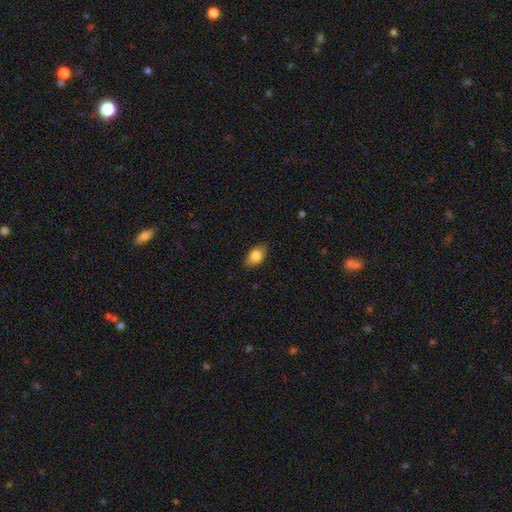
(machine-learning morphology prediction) Smooth or featured?
  - smooth: 82% *
  - featured or disk: 10%
  - star or artifact: 7%
How rounded?
  - in between: 90% *
  - round: 8%
  - cigar-shaped: 2%
Merging?
  - none: 86% *
  - minor disturbance: 11%
  - major disturbance: 2%
  - merger: 1%